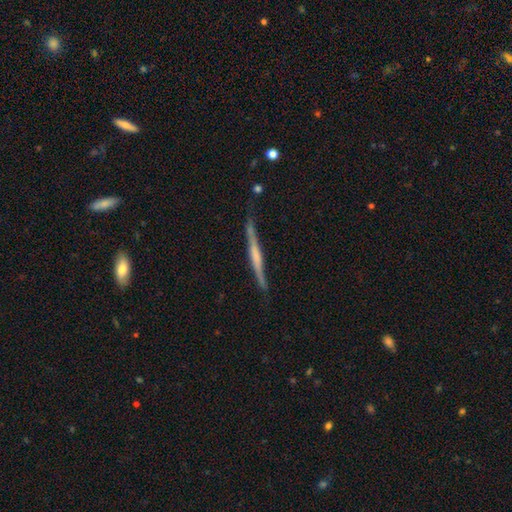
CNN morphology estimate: A featured or disk galaxy (68%) viewed edge-on (97%) with no central bulge (40%). Merging: none (79%).